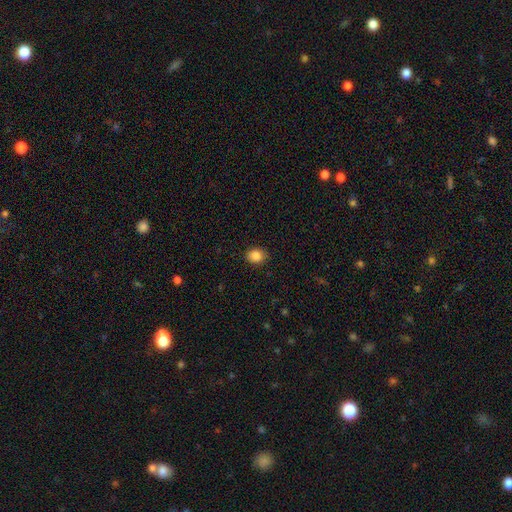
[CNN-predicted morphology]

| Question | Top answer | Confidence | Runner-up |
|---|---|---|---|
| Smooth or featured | smooth | 86% | star or artifact (9%) |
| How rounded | round | 59% | in between (40%) |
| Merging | none | 89% | minor disturbance (8%) |